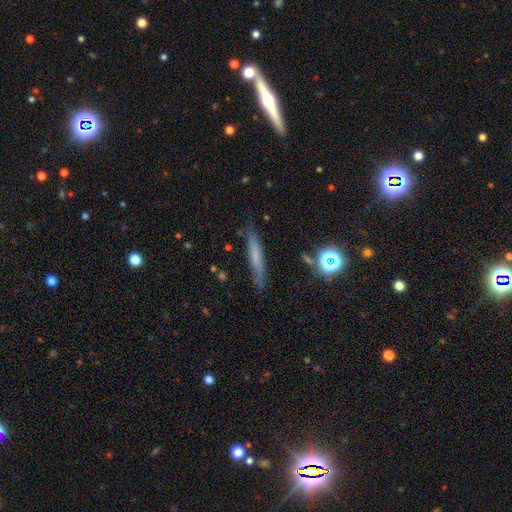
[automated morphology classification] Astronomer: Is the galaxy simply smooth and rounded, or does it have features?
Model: smooth — 55% (runner-up: featured or disk, 33%).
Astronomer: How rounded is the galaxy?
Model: cigar-shaped — 90%.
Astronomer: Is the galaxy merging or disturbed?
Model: none — 80%.